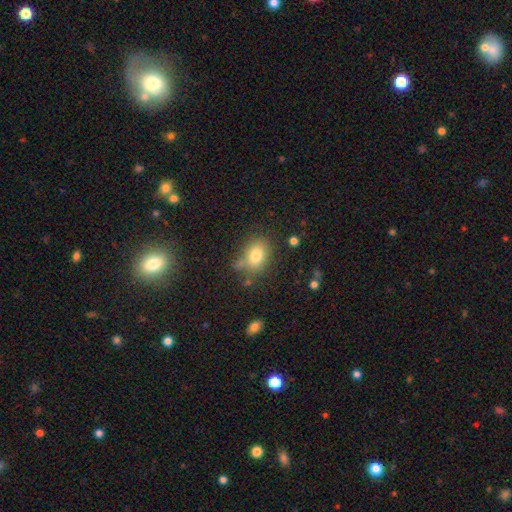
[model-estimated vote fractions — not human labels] This appears to be a smooth galaxy with no disk features (78%) that is in between round and cigar-shaped (70%). Merging: none (66%).